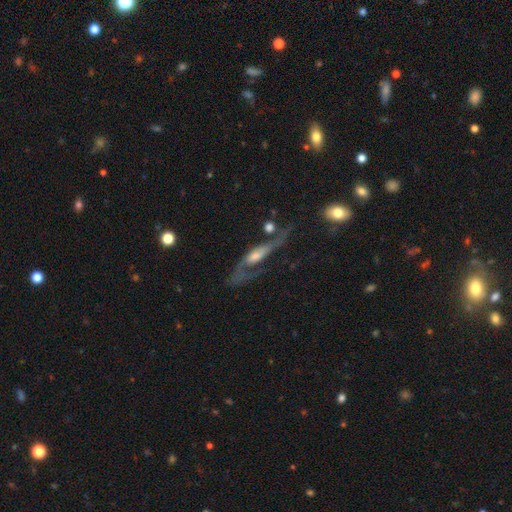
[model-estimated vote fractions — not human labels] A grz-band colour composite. It shows a featured or disk galaxy (73%). Merging: none (38%).